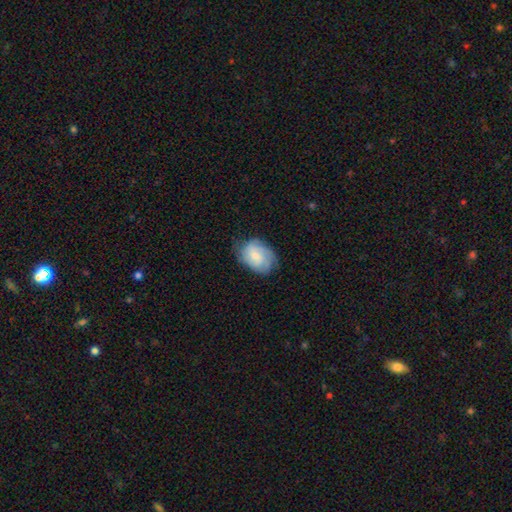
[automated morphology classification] Overall: featured or disk (48%; smooth 45%). Merging: none (68%).